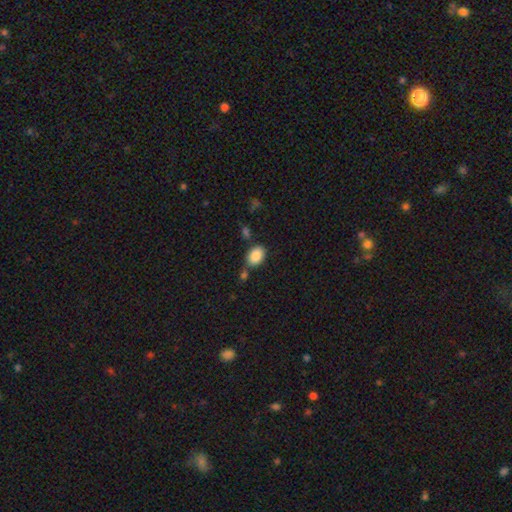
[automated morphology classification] Smooth or featured? smooth (87%)
How rounded? in between (83%)
Merging? none (69%)